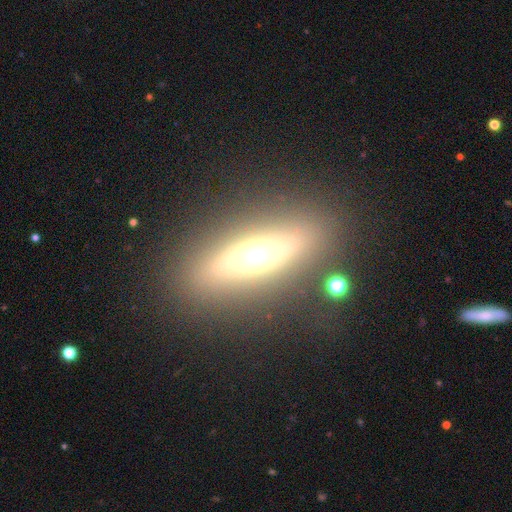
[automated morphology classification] A featured or disk galaxy (59%) viewed edge-on (60%). Merging: none (81%).